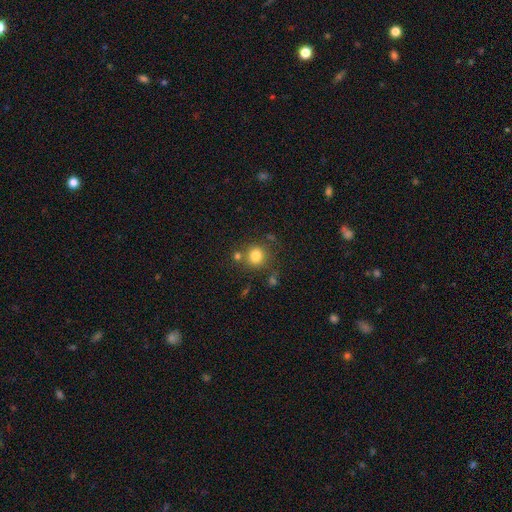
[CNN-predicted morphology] Smooth or featured? smooth (80%)
How rounded? round (91%)
Merging? none (73%)